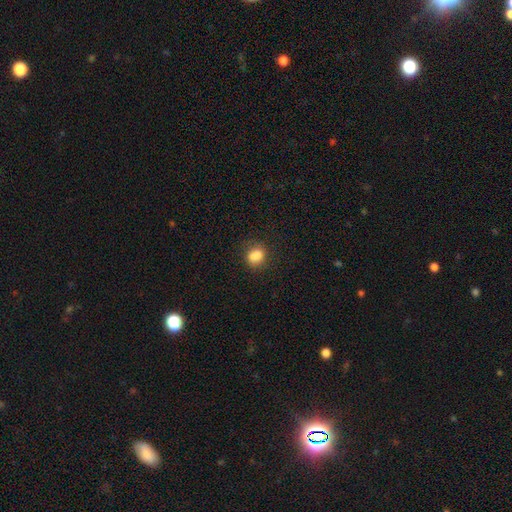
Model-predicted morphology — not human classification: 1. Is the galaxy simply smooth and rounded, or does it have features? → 80% smooth, 11% star or artifact, 9% featured or disk.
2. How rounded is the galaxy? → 61% round, 37% in between, 1% cigar-shaped.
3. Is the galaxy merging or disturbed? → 56% none, 24% merger, 16% minor disturbance, 5% major disturbance.